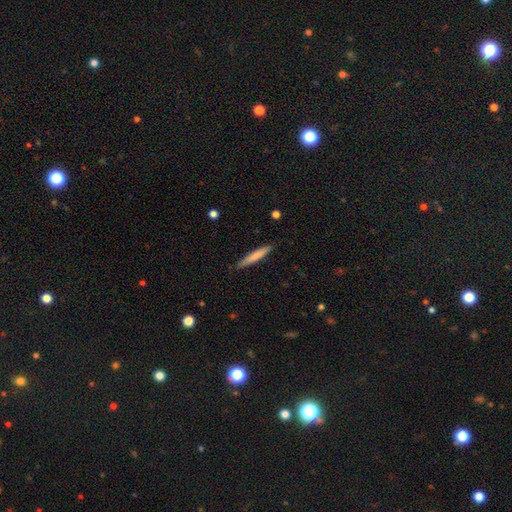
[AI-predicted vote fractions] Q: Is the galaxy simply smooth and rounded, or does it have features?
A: smooth — 75%.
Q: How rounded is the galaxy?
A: cigar-shaped — 94%.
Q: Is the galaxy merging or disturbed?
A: none — 87%.